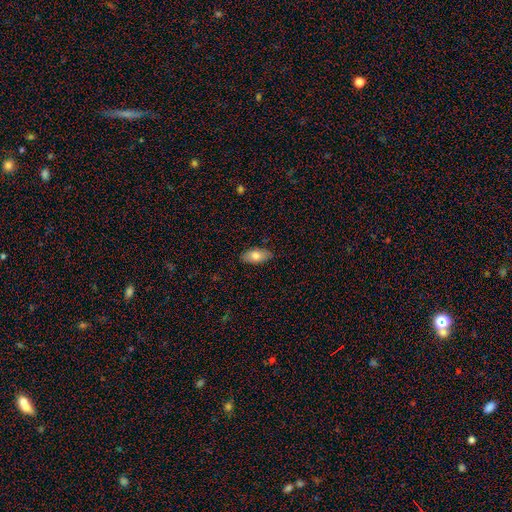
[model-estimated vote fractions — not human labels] Smooth or featured? Predicted: smooth (p=0.79). How rounded? Predicted: in between (p=0.91). Merging? Predicted: none (p=0.86).